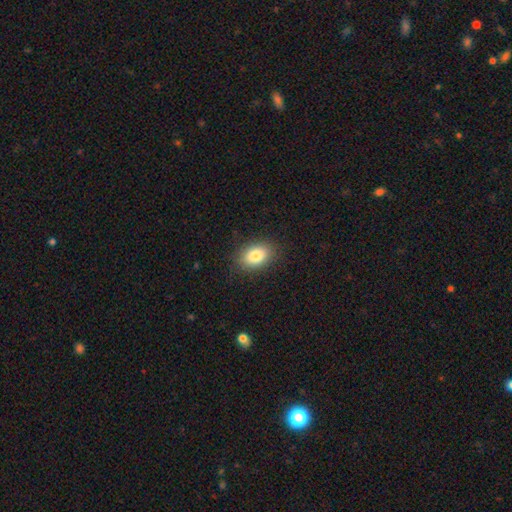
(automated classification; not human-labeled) Smooth or featured?
  - smooth: 83% *
  - star or artifact: 9%
  - featured or disk: 8%
How rounded?
  - in between: 81% *
  - round: 18%
  - cigar-shaped: 1%
Merging?
  - none: 87% *
  - minor disturbance: 10%
  - major disturbance: 3%
  - merger: 1%